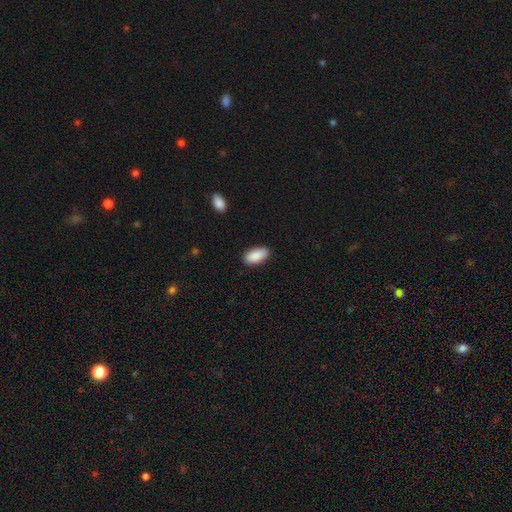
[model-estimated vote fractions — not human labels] smooth_or_featured: smooth (p=0.90) [alt: star or artifact p=0.06]
how_rounded: in between (p=0.92) [alt: cigar-shaped p=0.05]
merging: none (p=0.87) [alt: minor disturbance p=0.10]